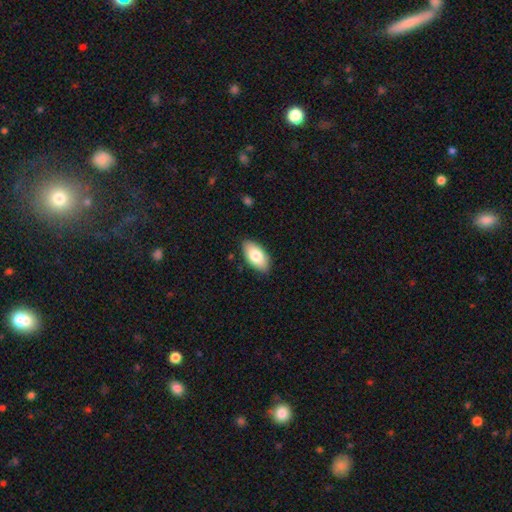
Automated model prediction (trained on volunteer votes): Overall: smooth (80%). How rounded: in between (94%). Merging: none (86%).